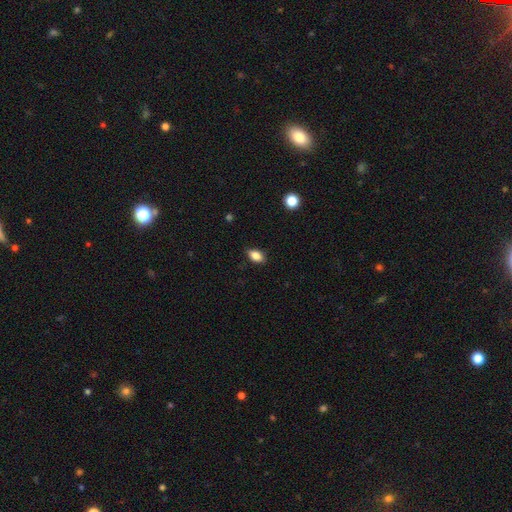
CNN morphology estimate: Q: Smooth or featured?
A: smooth (84%); runner-up: star or artifact (9%)
Q: How rounded?
A: in between (87%); runner-up: round (9%)
Q: Merging?
A: none (85%); runner-up: minor disturbance (12%)